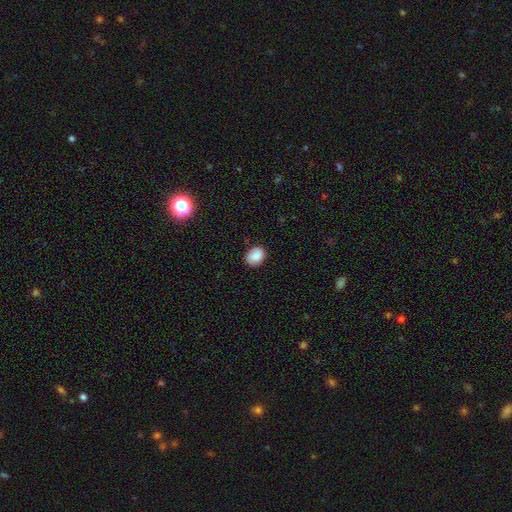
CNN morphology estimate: smooth-or-featured: smooth: 87% | star or artifact: 8% | featured or disk: 4%
  how-rounded: in between: 56% | round: 43% | cigar-shaped: 1%
  merging: none: 84% | minor disturbance: 12% | major disturbance: 2% | merger: 1%